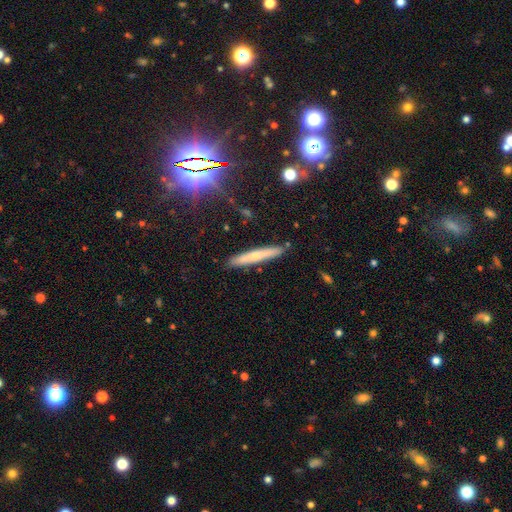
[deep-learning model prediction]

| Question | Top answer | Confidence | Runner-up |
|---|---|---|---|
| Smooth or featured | smooth | 53% | featured or disk (37%) |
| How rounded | cigar-shaped | 94% | in between (5%) |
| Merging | none | 88% | minor disturbance (9%) |